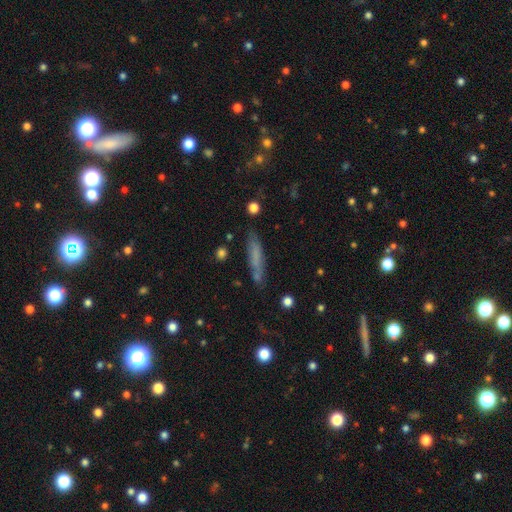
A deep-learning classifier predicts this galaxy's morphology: This appears to be a smooth galaxy with no disk features (69%) that is cigar-shaped (85%). Merging: none (75%).